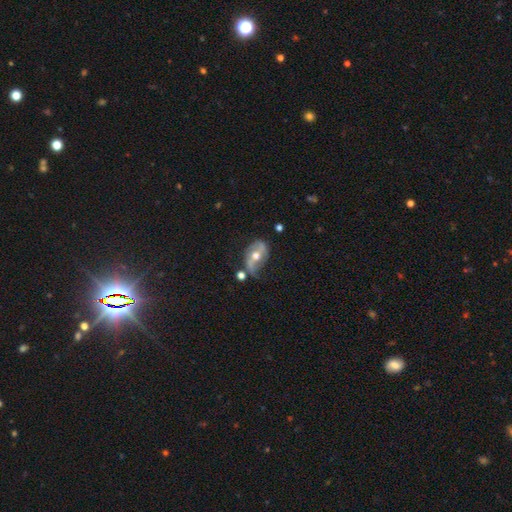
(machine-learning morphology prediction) Smooth or featured? Predicted: featured or disk (p=0.75). Edge-on disk? Predicted: no (p=0.94). Bar? Predicted: no (p=0.42). Spiral arms? Predicted: yes (p=0.82). Spiral winding? Predicted: loose (p=0.62). Spiral arm count? Predicted: 2 (p=0.85). Bulge size? Predicted: moderate (p=0.77). Merging? Predicted: none (p=0.53).